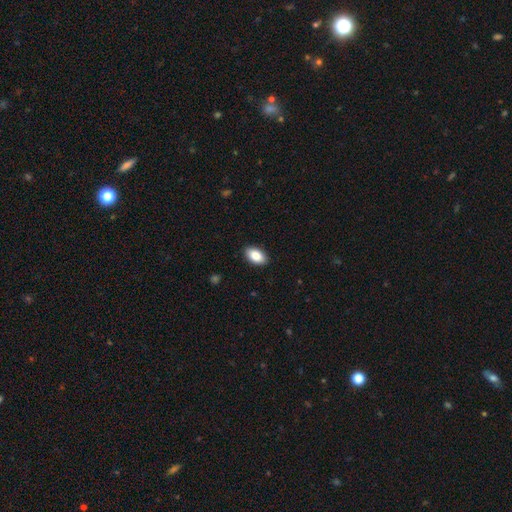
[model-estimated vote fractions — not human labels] Smooth or featured: smooth — 86% (featured or disk — 7%)
How rounded: in between — 93% (round — 5%)
Merging: none — 90% (minor disturbance — 8%)